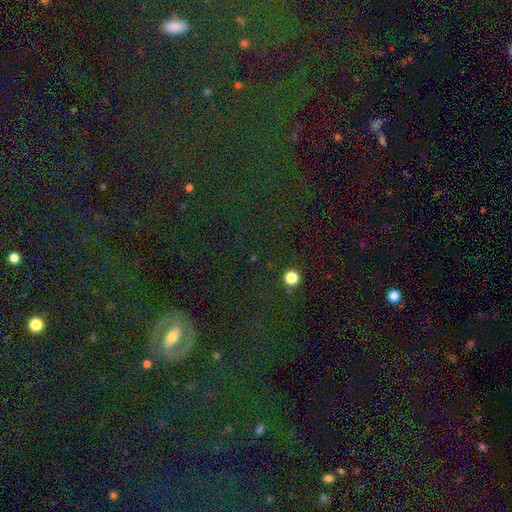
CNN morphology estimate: A star or artifact, not a galaxy (65%).